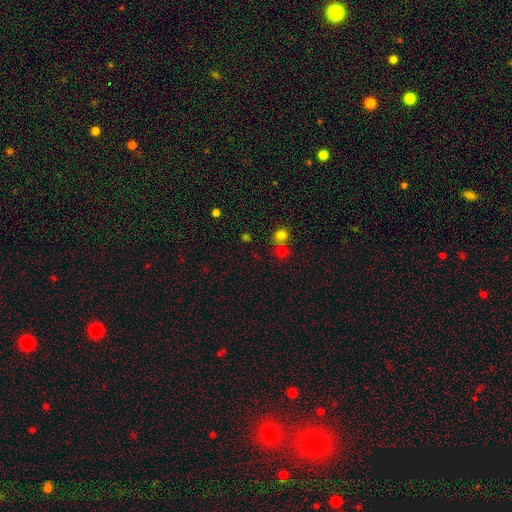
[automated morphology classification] Smooth or featured?
  - smooth: 63% *
  - star or artifact: 29%
  - featured or disk: 8%
How rounded?
  - round: 80% *
  - in between: 18%
  - cigar-shaped: 2%
Merging?
  - none: 56% *
  - merger: 32%
  - minor disturbance: 7%
  - major disturbance: 4%